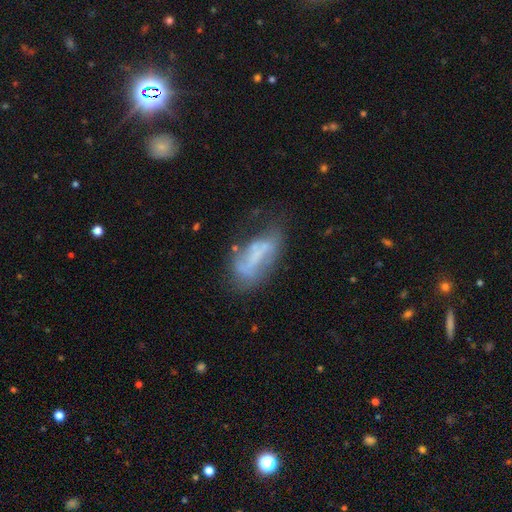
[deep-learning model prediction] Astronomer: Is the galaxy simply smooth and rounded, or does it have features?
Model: featured or disk — 52% (runner-up: smooth, 37%).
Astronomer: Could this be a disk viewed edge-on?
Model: no — 88%.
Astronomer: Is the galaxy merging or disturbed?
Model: none — 41% (runner-up: minor disturbance, 28%).